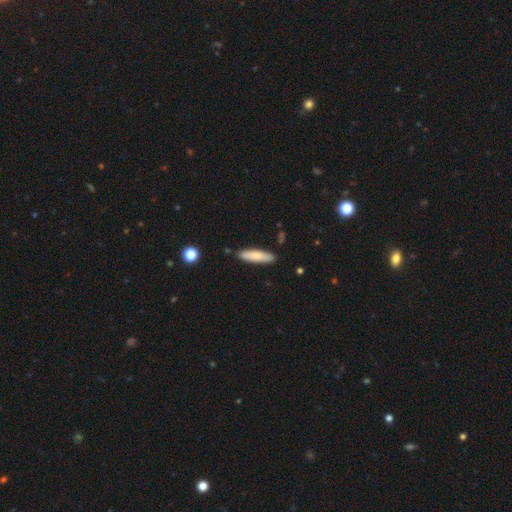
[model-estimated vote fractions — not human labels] A smooth galaxy with no disk features (78%) that is cigar-shaped (72%). Merging: none (87%).